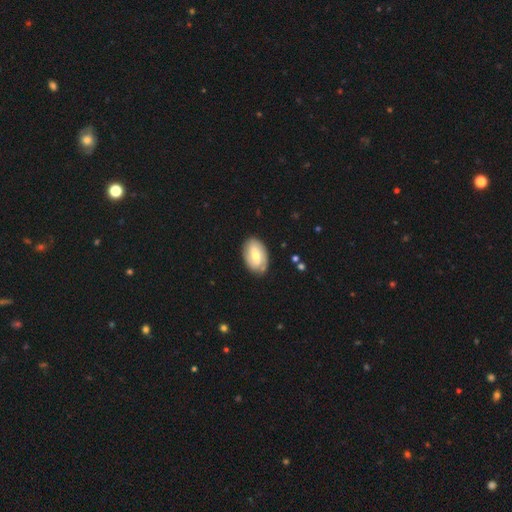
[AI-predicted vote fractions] A featured or disk galaxy (48%).

Vote fractions:
- Smooth or featured? featured or disk: 48% / smooth: 46% / star or artifact: 6%
- Merging? none: 80% / minor disturbance: 15% / major disturbance: 3% / merger: 2%